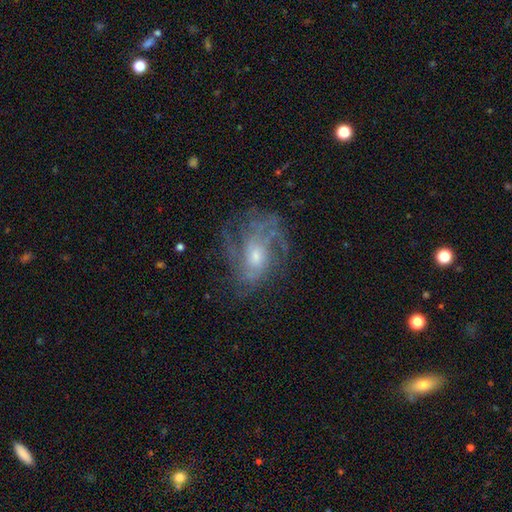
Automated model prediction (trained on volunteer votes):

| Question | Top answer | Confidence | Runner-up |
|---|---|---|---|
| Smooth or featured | featured or disk | 78% | smooth (13%) |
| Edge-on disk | no | 96% | yes (4%) |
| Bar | no | 69% | weak (26%) |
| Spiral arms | yes | 86% | no (14%) |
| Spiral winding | medium | 42% | tight (35%) |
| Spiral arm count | can't tell | 38% | 2 (20%) |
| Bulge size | small | 48% | moderate (44%) |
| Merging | none | 59% | minor disturbance (20%) |